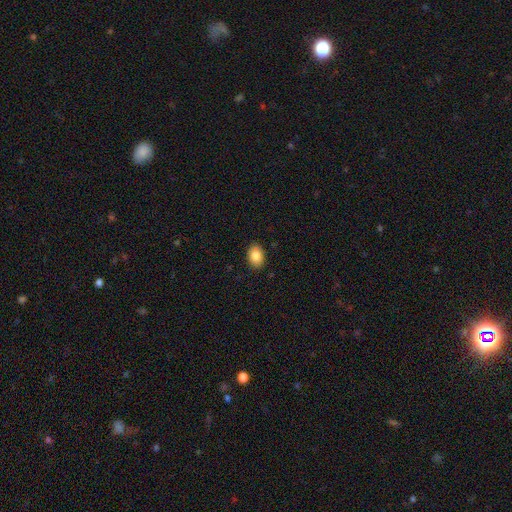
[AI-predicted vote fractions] This appears to be a smooth galaxy with no disk features (85%) that is in between round and cigar-shaped (80%). Merging: none (89%).